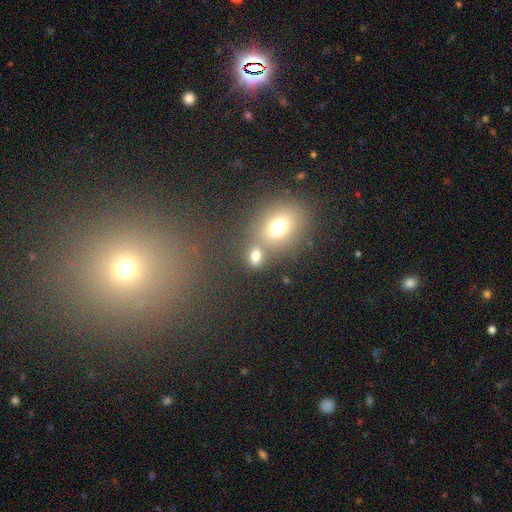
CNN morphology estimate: Smooth or featured? Predicted: smooth (p=0.73). How rounded? Predicted: in between (p=0.62). Merging? Predicted: none (p=0.51).